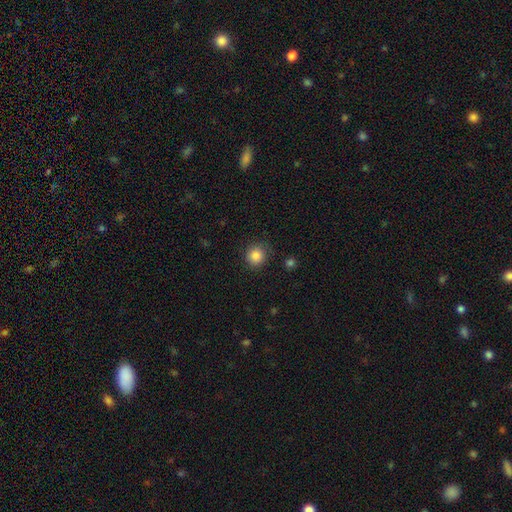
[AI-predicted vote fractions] This is clearly a smooth galaxy (85%). How rounded: clearly round (89%). Merging: clearly none (86%).